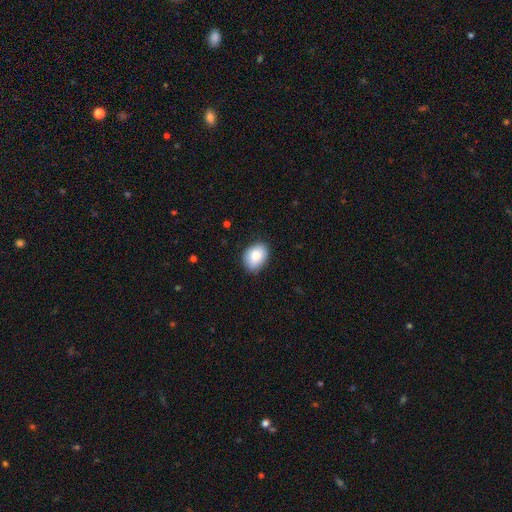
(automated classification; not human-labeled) A smooth galaxy with no disk features (83%) that is in between round and cigar-shaped (72%). Merging: none (82%).